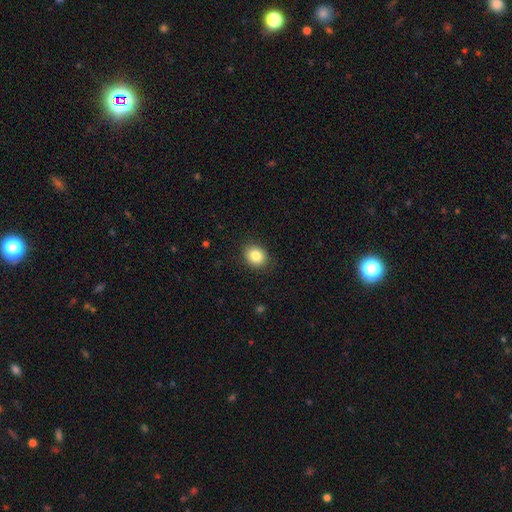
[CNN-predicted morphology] type=smooth (84%); roundness=round (63%); merging=none (88%).